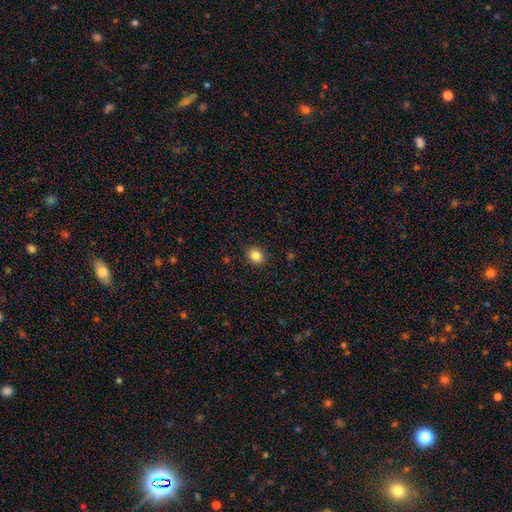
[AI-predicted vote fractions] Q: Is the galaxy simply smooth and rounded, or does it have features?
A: smooth — 85%.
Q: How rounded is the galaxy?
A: round — 66%.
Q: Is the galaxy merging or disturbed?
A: none — 89%.